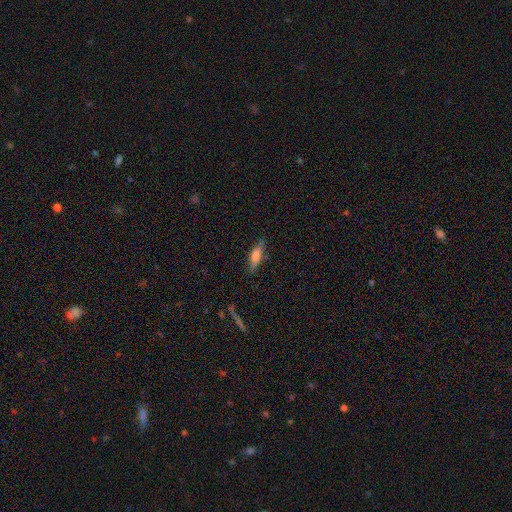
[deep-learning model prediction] smooth-or-featured: smooth: 62% | featured or disk: 30% | star or artifact: 8%
  how-rounded: cigar-shaped: 61% | in between: 37% | round: 2%
  merging: none: 79% | minor disturbance: 16% | major disturbance: 4% | merger: 2%